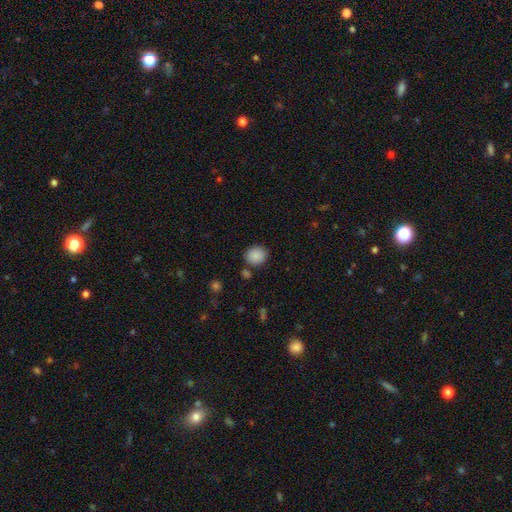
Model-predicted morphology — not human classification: This appears to be a smooth galaxy with no disk features (88%) that is round (78%). Merging: none (83%).